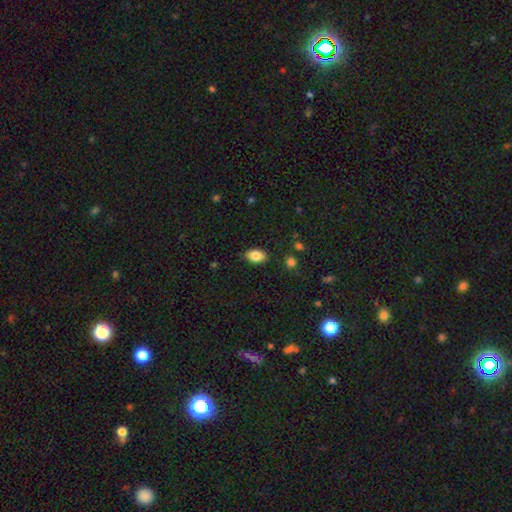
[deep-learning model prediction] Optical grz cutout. It shows a smooth galaxy with no disk features (84%) that is in between round and cigar-shaped (86%). Merging: none (83%).